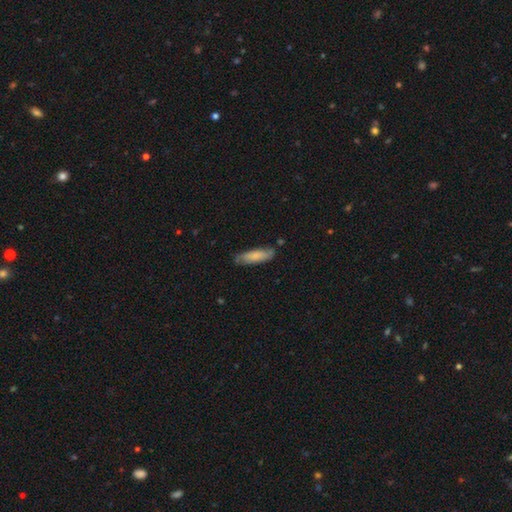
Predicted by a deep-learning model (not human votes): Q: Smooth or featured?
A: smooth (75%); runner-up: featured or disk (19%)
Q: How rounded?
A: cigar-shaped (58%); runner-up: in between (41%)
Q: Merging?
A: none (74%); runner-up: minor disturbance (20%)